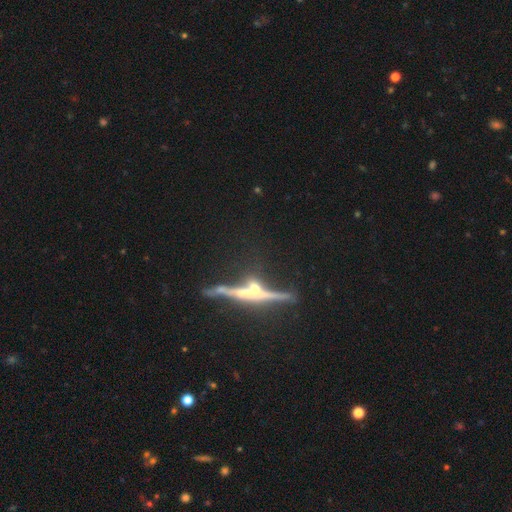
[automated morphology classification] type=featured or disk (82%); edge-on=yes (97%); edge-on bulge=rounded (88%); merging=none (80%).